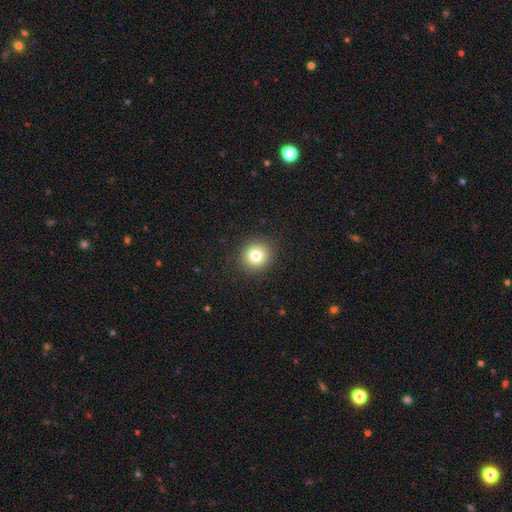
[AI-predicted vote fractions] Smooth or featured: smooth — 80% (star or artifact — 11%)
How rounded: round — 88% (in between — 11%)
Merging: none — 90% (minor disturbance — 6%)